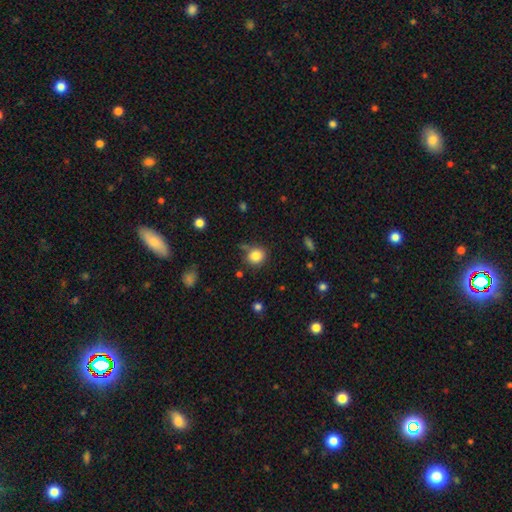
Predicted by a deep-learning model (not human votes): A smooth galaxy with no disk features (83%) that is round (85%).

Vote fractions:
- Smooth or featured? smooth: 83% / star or artifact: 11% / featured or disk: 6%
- How rounded? round: 85% / in between: 14% / cigar-shaped: 1%
- Merging? none: 75% / minor disturbance: 14% / merger: 6% / major disturbance: 4%